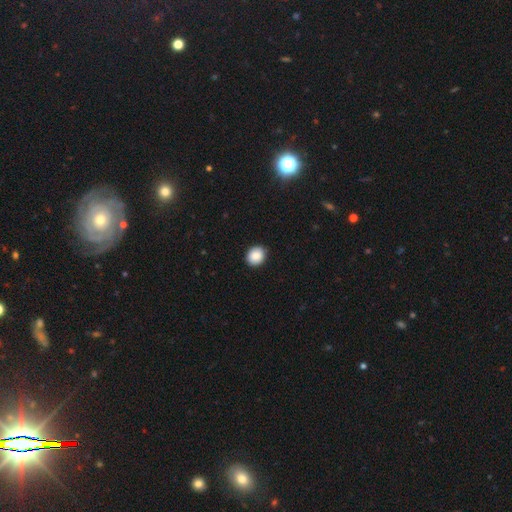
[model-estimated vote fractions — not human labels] Smooth or featured? Predicted: smooth (p=0.86). How rounded? Predicted: round (p=0.70). Merging? Predicted: none (p=0.91).